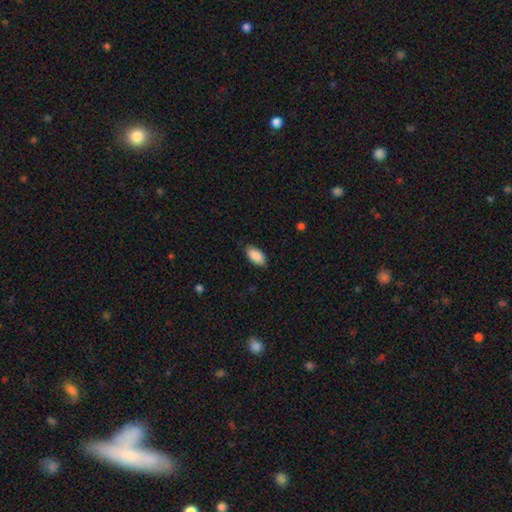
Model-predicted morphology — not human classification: Overall: smooth (90%). How rounded: in between (93%). Merging: none (85%).